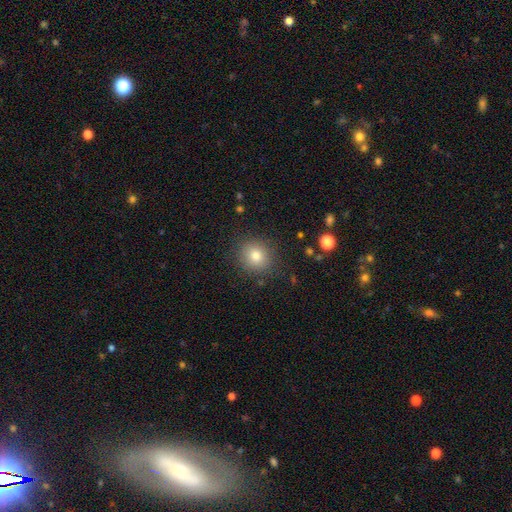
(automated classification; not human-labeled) Q: Smooth or featured?
A: smooth (78%); runner-up: star or artifact (12%)
Q: How rounded?
A: round (86%); runner-up: in between (13%)
Q: Merging?
A: none (87%); runner-up: minor disturbance (8%)